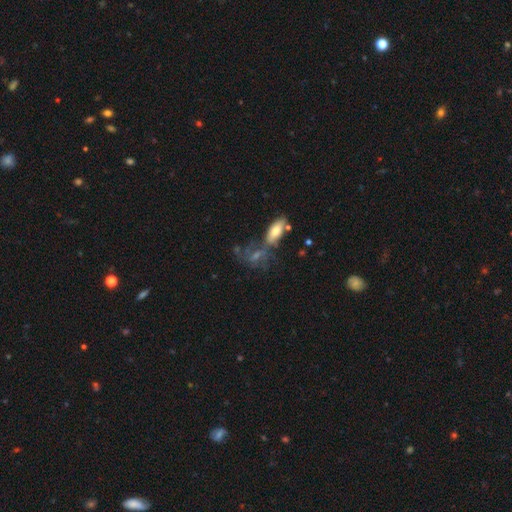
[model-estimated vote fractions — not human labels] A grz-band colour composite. It shows a featured or disk galaxy (43%). Merging: none (39%).